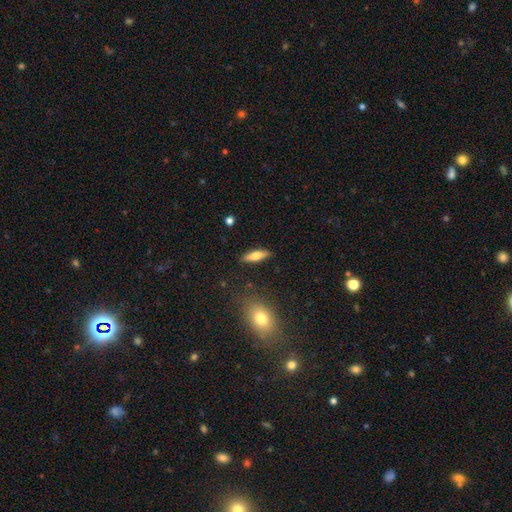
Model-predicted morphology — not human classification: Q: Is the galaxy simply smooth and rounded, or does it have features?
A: smooth — 65%.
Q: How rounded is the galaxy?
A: cigar-shaped — 57%.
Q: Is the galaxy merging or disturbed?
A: none — 86%.